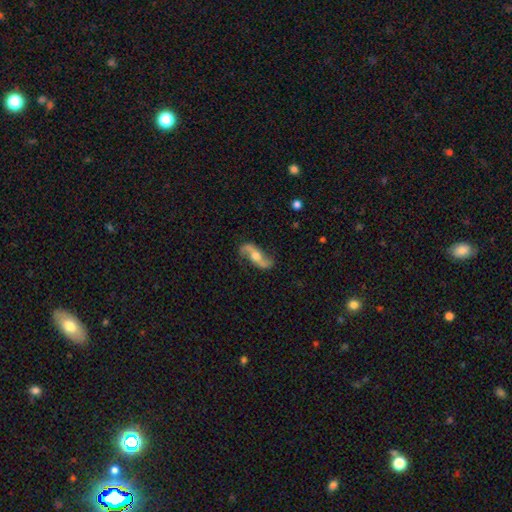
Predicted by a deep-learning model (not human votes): smooth-or-featured: featured or disk: 83% | smooth: 12% | star or artifact: 5%
  disk-edge-on: no: 91% | yes: 9%
    bar: no: 49% | weak: 32% | strong: 18%
    has-spiral-arms: yes: 94% | no: 6%
      spiral-winding: loose: 76% | medium: 18% | tight: 6%
      spiral-arm-count: 2: 93% | can't tell: 2% | 1: 2% | 3: 1% | 4: 1% | more than 4: 1%
    bulge-size: moderate: 67% | small: 18% | large: 11% | none: 3% | dominant: 2%
  merging: none: 78% | minor disturbance: 14% | major disturbance: 6% | merger: 2%